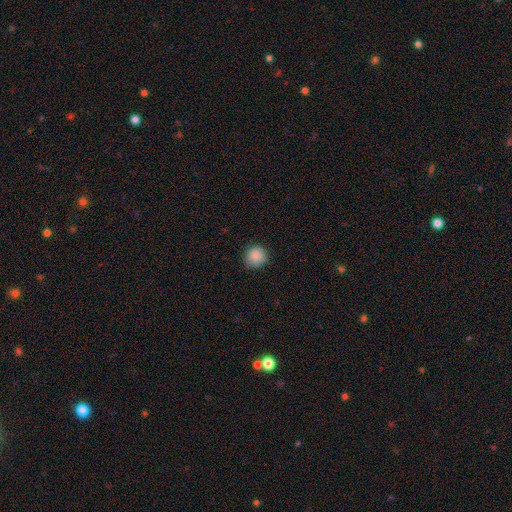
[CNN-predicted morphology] A smooth galaxy with no disk features (88%) that is round (91%). Merging: none (83%).